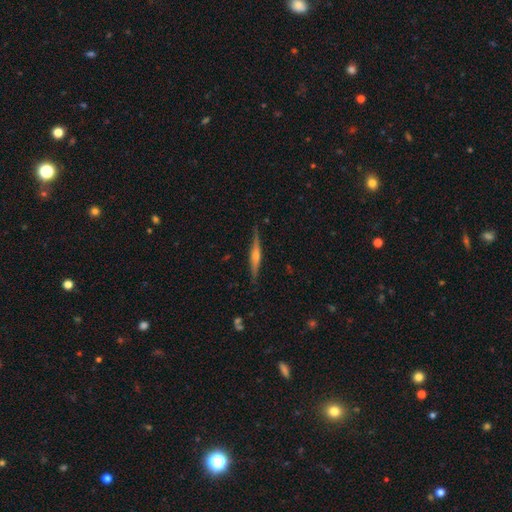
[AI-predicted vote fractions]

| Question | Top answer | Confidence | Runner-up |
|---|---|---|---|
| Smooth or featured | featured or disk | 74% | smooth (20%) |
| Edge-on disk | yes | 98% | no (2%) |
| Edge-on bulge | rounded | 81% | none (10%) |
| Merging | none | 88% | minor disturbance (9%) |